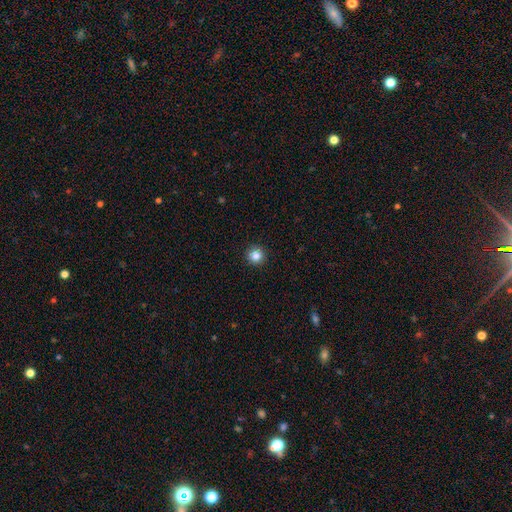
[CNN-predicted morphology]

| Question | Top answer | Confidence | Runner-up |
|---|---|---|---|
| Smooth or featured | smooth | 85% | star or artifact (11%) |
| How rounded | round | 95% | in between (4%) |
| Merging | none | 93% | minor disturbance (4%) |